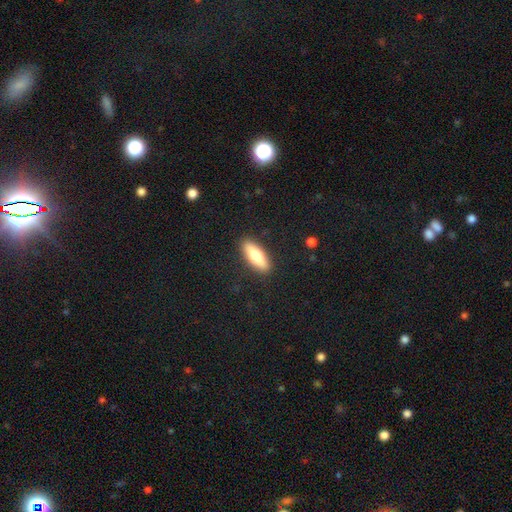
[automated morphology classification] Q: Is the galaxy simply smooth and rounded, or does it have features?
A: smooth — 66%.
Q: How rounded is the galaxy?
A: in between — 52%.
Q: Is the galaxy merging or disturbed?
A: none — 89%.